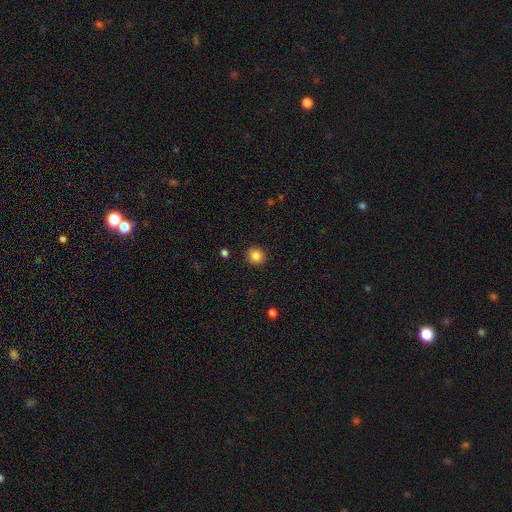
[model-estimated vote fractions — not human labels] A smooth galaxy with no disk features (86%) that is round (86%). Merging: none (90%).